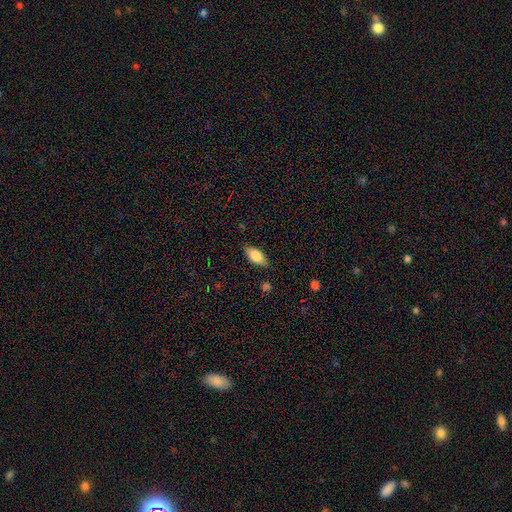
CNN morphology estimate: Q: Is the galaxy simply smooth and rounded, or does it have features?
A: smooth — 78%.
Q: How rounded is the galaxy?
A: in between — 87%.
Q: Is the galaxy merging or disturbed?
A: none — 80%.